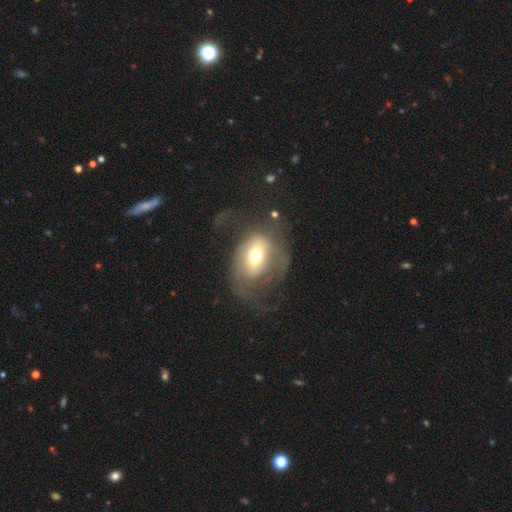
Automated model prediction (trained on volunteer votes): smooth_or_featured: featured or disk (p=0.52) [alt: smooth p=0.40]
disk_edge_on: no (p=0.95) [alt: yes p=0.05]
merging: major disturbance (p=0.48) [alt: none p=0.31]